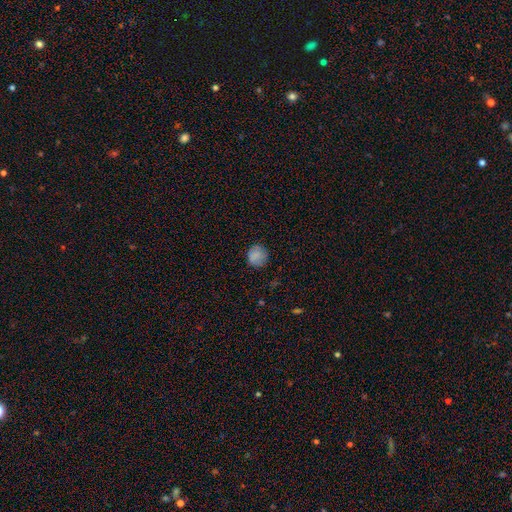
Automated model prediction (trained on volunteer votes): This appears to be a smooth galaxy with no disk features (85%) that is round (88%). Merging: none (82%).